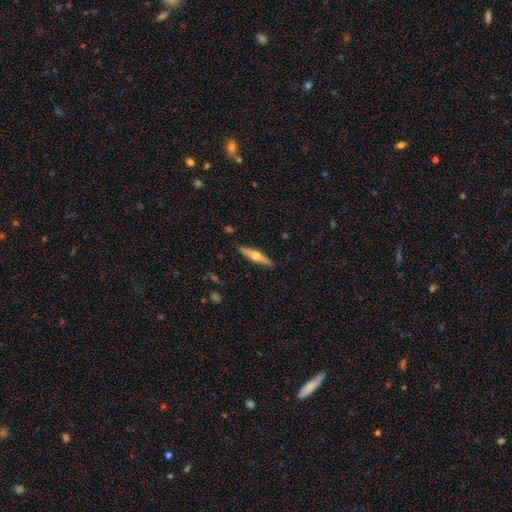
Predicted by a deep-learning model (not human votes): Q: Smooth or featured?
A: featured or disk (58%); runner-up: smooth (36%)
Q: Edge-on disk?
A: yes (95%); runner-up: no (5%)
Q: Edge-on bulge?
A: rounded (94%); runner-up: none (3%)
Q: Merging?
A: none (90%); runner-up: minor disturbance (7%)